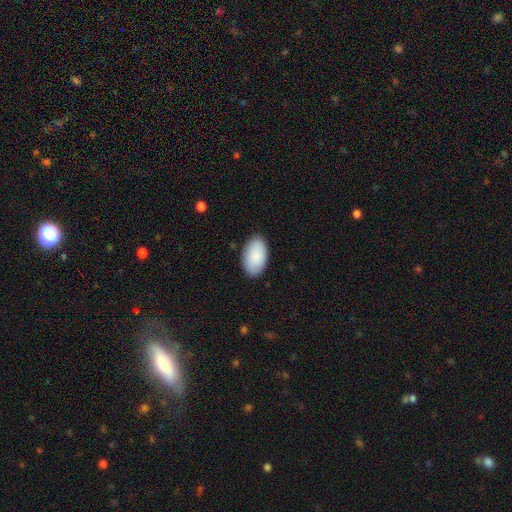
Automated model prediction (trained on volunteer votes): Smooth or featured?
  - smooth: 90% *
  - star or artifact: 5%
  - featured or disk: 5%
How rounded?
  - in between: 96% *
  - round: 3%
  - cigar-shaped: 1%
Merging?
  - none: 87% *
  - minor disturbance: 10%
  - major disturbance: 2%
  - merger: 1%